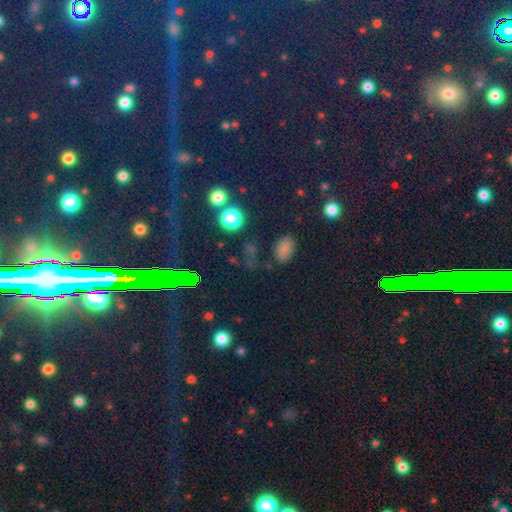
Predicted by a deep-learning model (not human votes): Smooth or featured?
  - star or artifact: 80% *
  - smooth: 12%
  - featured or disk: 8%